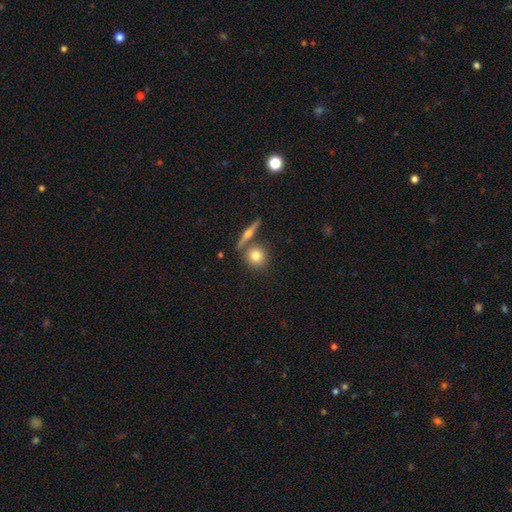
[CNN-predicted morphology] Smooth or featured? Predicted: smooth (p=0.74). How rounded? Predicted: round (p=0.85). Merging? Predicted: none (p=0.69).